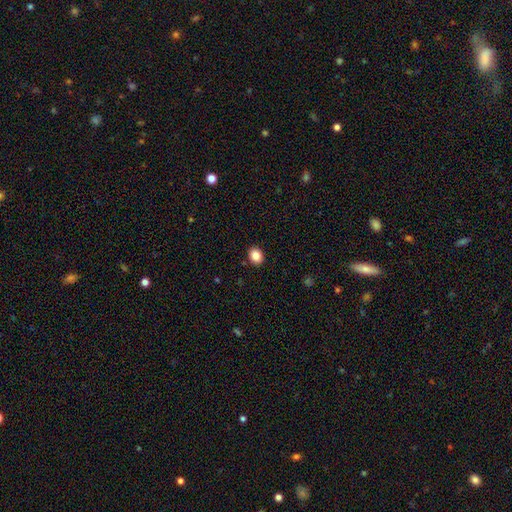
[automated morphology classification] Smooth or featured? smooth (85%)
How rounded? in between (50%)
Merging? none (90%)